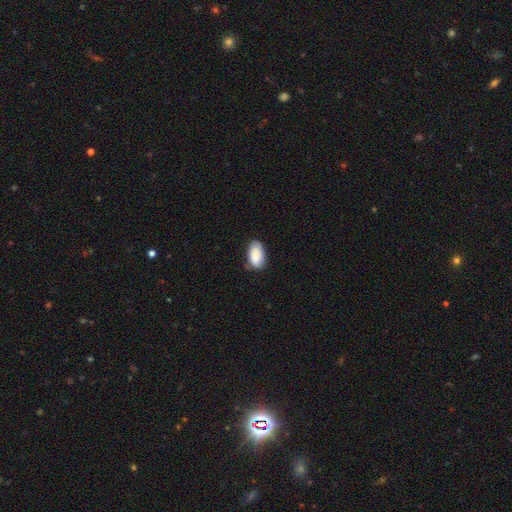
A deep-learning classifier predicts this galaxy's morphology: The model was most divided on "merging": none: 72%, minor disturbance: 23%, major disturbance: 4%, merger: 2%. More confident: how rounded — in between (95%); smooth or featured — smooth (88%).